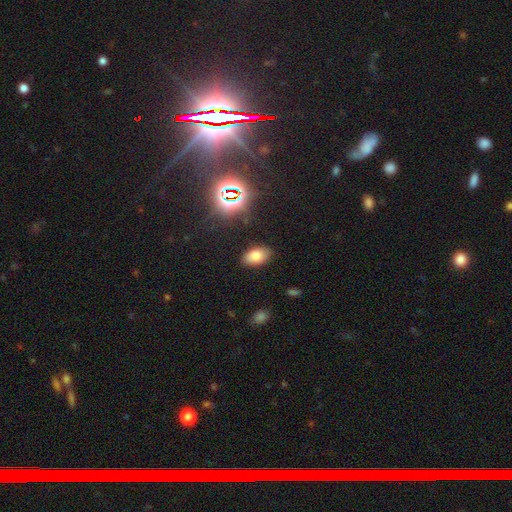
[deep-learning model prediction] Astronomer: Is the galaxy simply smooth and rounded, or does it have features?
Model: smooth — 75%.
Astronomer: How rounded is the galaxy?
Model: in between — 91%.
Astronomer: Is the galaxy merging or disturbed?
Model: none — 84%.